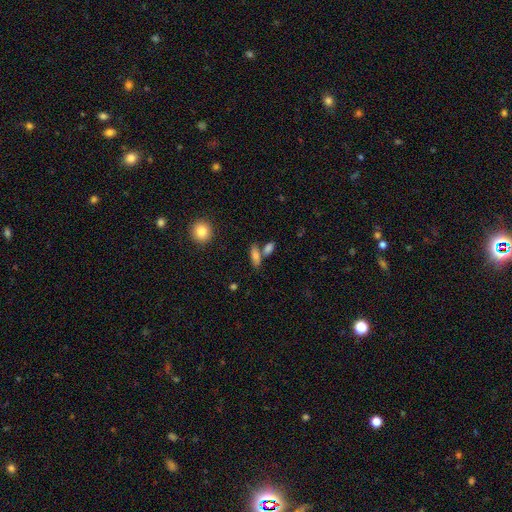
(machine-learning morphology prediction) smooth 75%, featured or disk 16%, star or artifact 9%. Down the decision tree: how rounded — in between (62%); merging — none (56%).